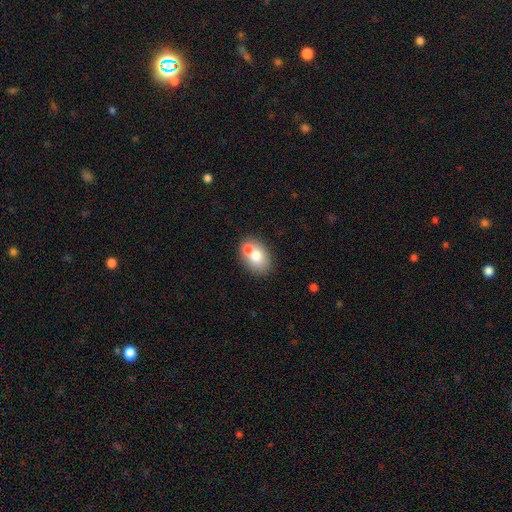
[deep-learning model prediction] smooth_or_featured: smooth (p=0.70) [alt: featured or disk p=0.22]
how_rounded: in between (p=0.74) [alt: round p=0.25]
merging: none (p=0.47) [alt: merger p=0.39]